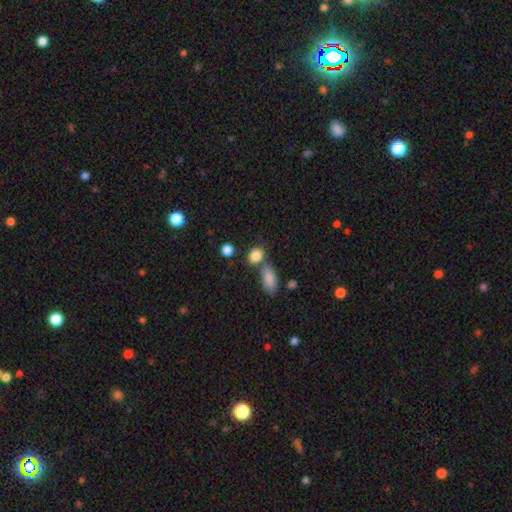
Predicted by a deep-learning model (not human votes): smooth_or_featured: smooth (p=0.85) [alt: star or artifact p=0.09]
how_rounded: in between (p=0.57) [alt: round p=0.40]
merging: none (p=0.60) [alt: merger p=0.24]